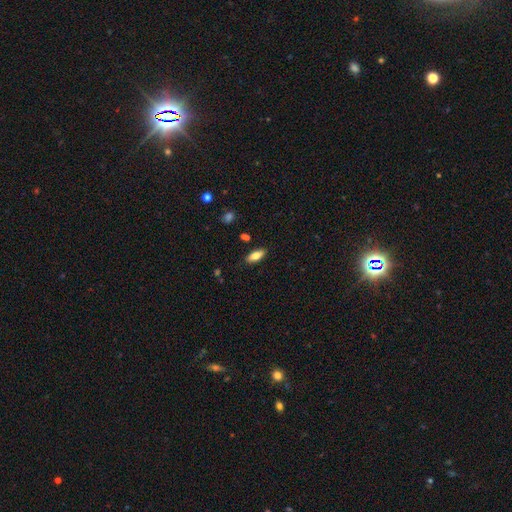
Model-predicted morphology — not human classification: smooth-or-featured: smooth: 78% | featured or disk: 15% | star or artifact: 7%
  how-rounded: in between: 80% | cigar-shaped: 18% | round: 2%
  merging: none: 86% | minor disturbance: 10% | major disturbance: 2% | merger: 2%